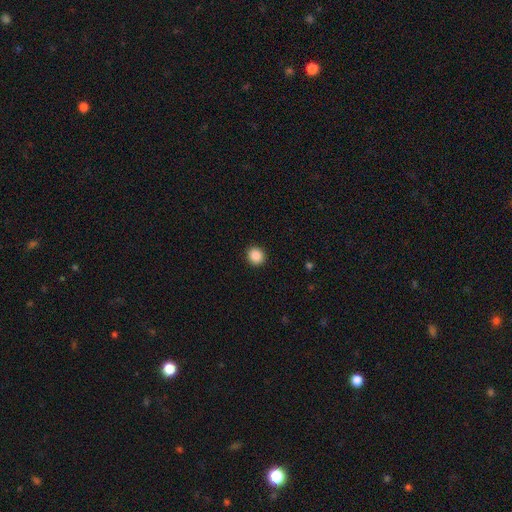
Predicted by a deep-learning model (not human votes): smooth-or-featured: smooth: 88% | star or artifact: 9% | featured or disk: 2%
  how-rounded: round: 87% | in between: 12% | cigar-shaped: 1%
  merging: none: 92% | minor disturbance: 5% | major disturbance: 2% | merger: 1%